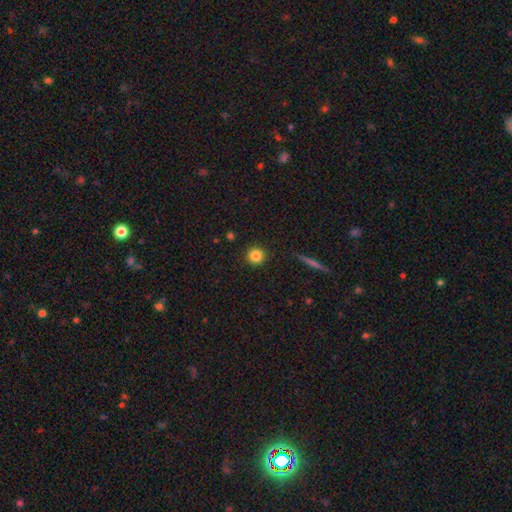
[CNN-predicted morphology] smooth-or-featured: smooth: 84% | star or artifact: 10% | featured or disk: 6%
  how-rounded: round: 95% | in between: 4% | cigar-shaped: 1%
  merging: none: 92% | minor disturbance: 5% | major disturbance: 2% | merger: 1%